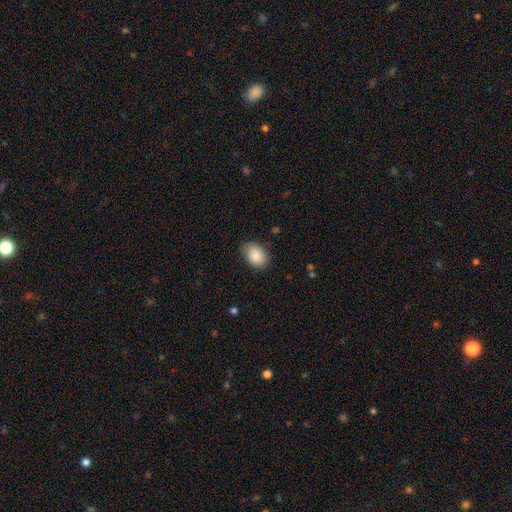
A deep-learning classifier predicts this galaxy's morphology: Smooth or featured? Predicted: smooth (p=0.86). How rounded? Predicted: in between (p=0.80). Merging? Predicted: none (p=0.79).